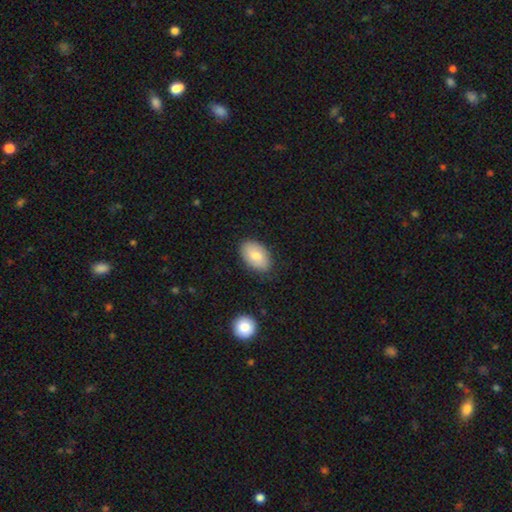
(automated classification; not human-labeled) This is likely a smooth galaxy (79%). How rounded: clearly in between (92%). Merging: clearly none (83%).